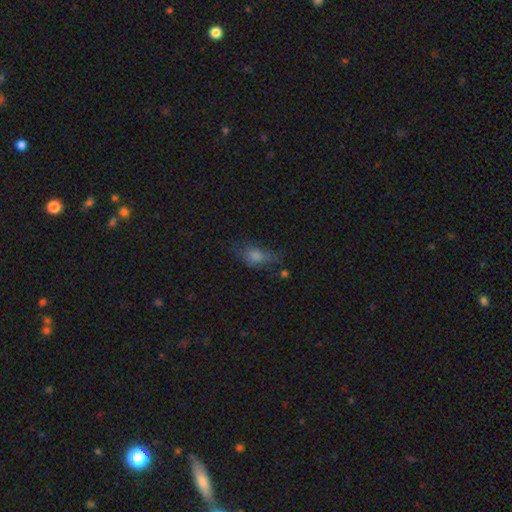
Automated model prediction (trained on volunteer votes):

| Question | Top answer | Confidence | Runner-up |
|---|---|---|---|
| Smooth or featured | smooth | 60% | featured or disk (22%) |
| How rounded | in between | 69% | round (18%) |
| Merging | none | 47% | minor disturbance (29%) |